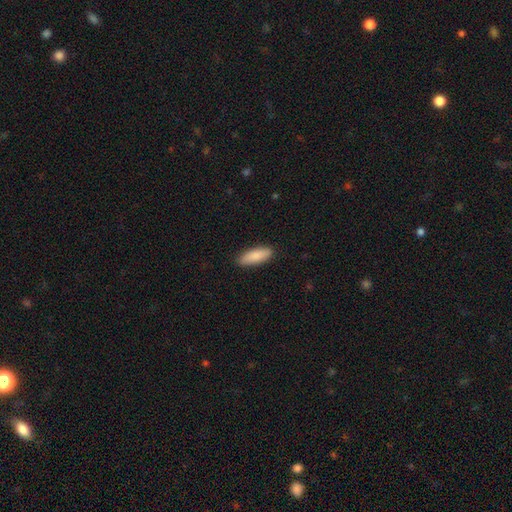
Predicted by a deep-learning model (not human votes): smooth_or_featured: smooth (p=0.88) [alt: featured or disk p=0.07]
how_rounded: in between (p=0.63) [alt: cigar-shaped p=0.36]
merging: none (p=0.89) [alt: minor disturbance p=0.08]